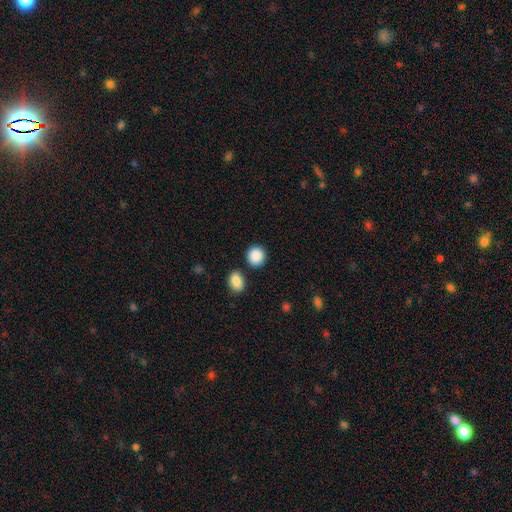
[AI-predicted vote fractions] smooth_or_featured: smooth (p=0.89) [alt: star or artifact p=0.08]
how_rounded: round (p=0.87) [alt: in between p=0.12]
merging: none (p=0.84) [alt: minor disturbance p=0.08]